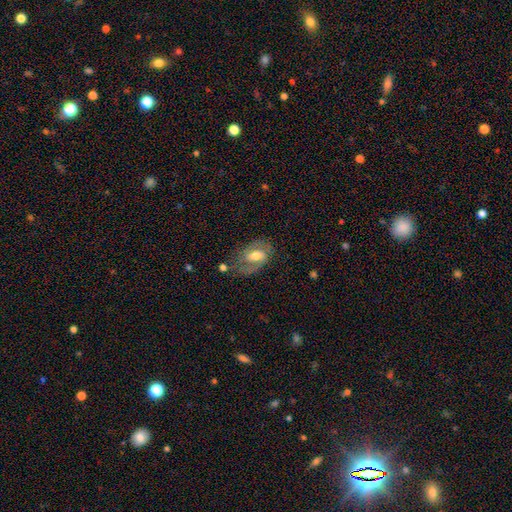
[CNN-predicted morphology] Smooth or featured? Predicted: featured or disk (p=0.62). Edge-on disk? Predicted: no (p=0.95). Bar? Predicted: weak (p=0.50). Spiral arms? Predicted: yes (p=0.81). Bulge size? Predicted: moderate (p=0.65). Merging? Predicted: none (p=0.53).